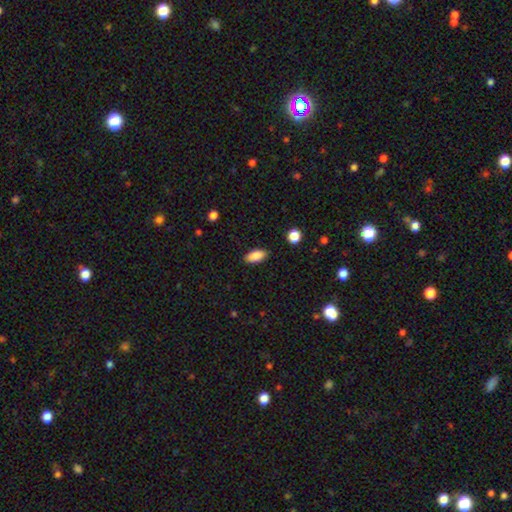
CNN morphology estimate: smooth_or_featured: smooth (p=0.87) [alt: star or artifact p=0.07]
how_rounded: in between (p=0.89) [alt: cigar-shaped p=0.08]
merging: none (p=0.87) [alt: minor disturbance p=0.09]